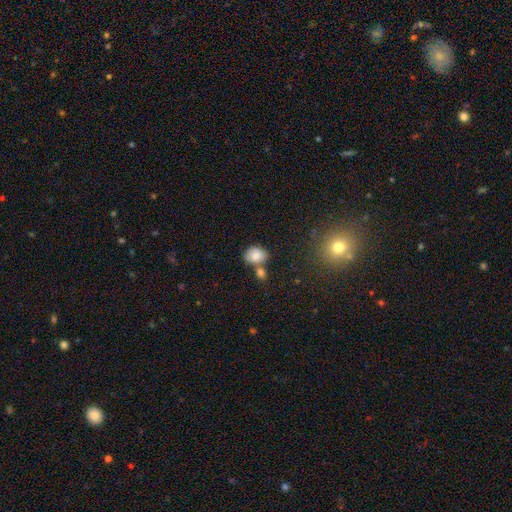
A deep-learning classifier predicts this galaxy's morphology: A smooth galaxy with no disk features (81%) that is in between round and cigar-shaped (59%). Merging: none (52%).